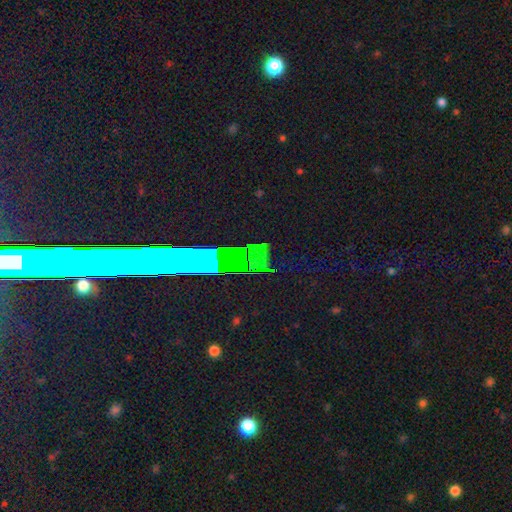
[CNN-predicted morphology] This appears to be a star or artifact, not a galaxy (72%).